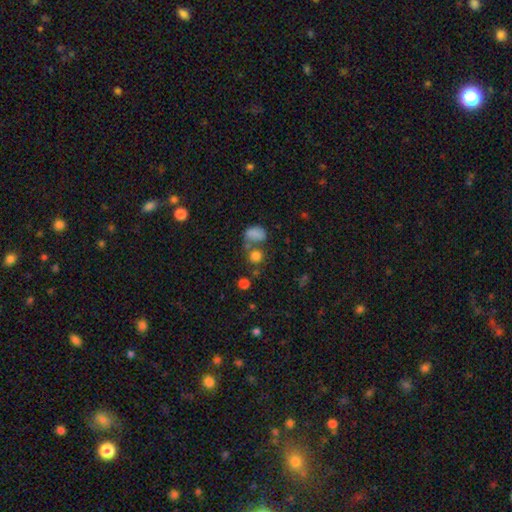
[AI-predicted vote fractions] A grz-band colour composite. It shows a smooth galaxy with no disk features (76%) that is round (74%). Merging: none (52%).